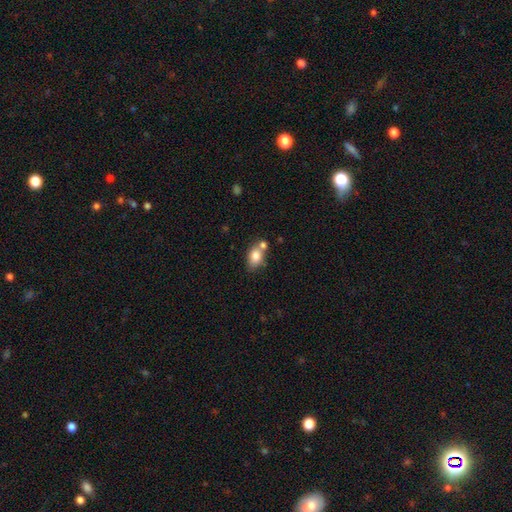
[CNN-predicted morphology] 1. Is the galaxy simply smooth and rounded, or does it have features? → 80% smooth, 12% featured or disk, 8% star or artifact.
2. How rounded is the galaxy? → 77% in between, 21% round, 2% cigar-shaped.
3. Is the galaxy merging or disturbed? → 48% none, 32% merger, 15% minor disturbance, 5% major disturbance.